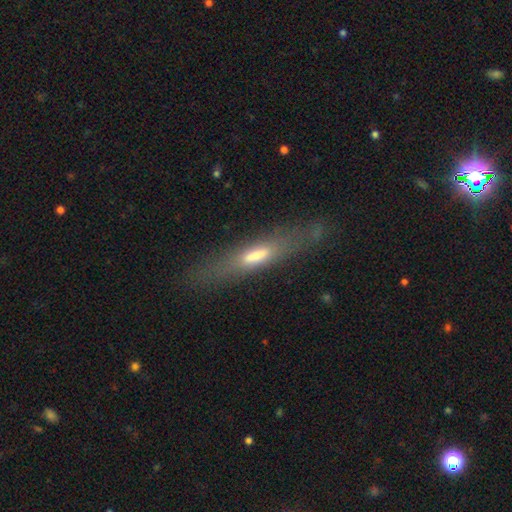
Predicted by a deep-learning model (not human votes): The model was most divided on "smooth or featured": featured or disk: 49%, smooth: 42%, star or artifact: 9%. More confident: merging — none (81%).